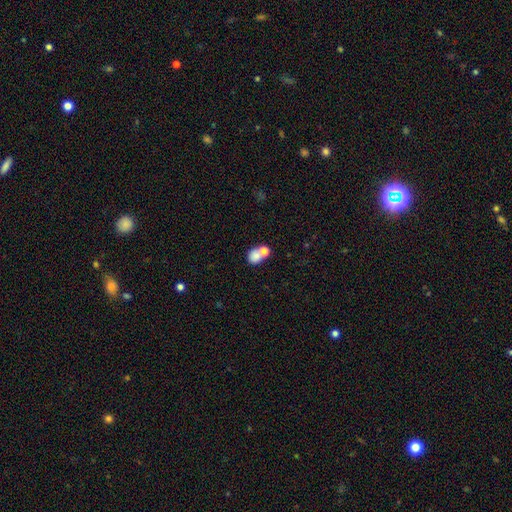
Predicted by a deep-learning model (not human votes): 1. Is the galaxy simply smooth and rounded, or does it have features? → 76% smooth, 13% featured or disk, 11% star or artifact.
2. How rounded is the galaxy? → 60% round, 38% in between, 1% cigar-shaped.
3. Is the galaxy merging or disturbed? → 50% merger, 35% none, 9% minor disturbance, 5% major disturbance.